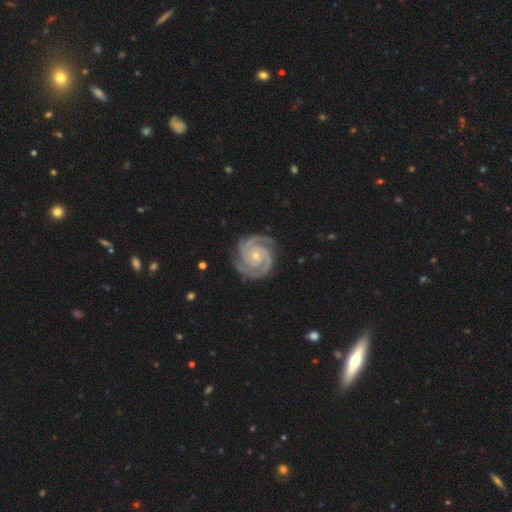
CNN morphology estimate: Smooth or featured: featured or disk — 95% (star or artifact — 3%)
Edge-on disk: no — 98% (yes — 2%)
Bar: no — 74% (weak — 18%)
Spiral arms: yes — 99% (no — 1%)
Spiral winding: tight — 77% (medium — 21%)
Spiral arm count: 2 — 49% (3 — 35%)
Bulge size: small — 74% (moderate — 23%)
Merging: none — 82% (minor disturbance — 13%)